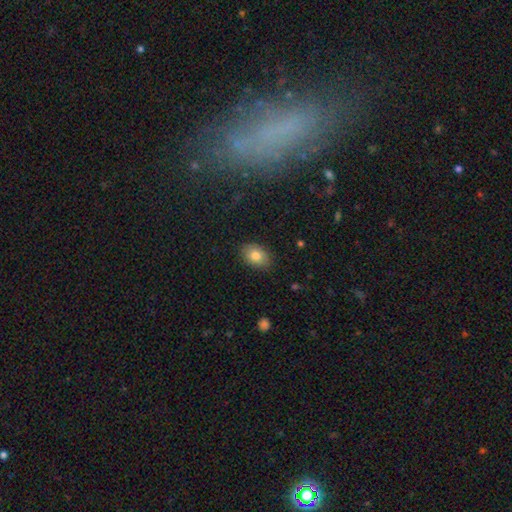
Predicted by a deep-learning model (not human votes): A smooth galaxy with no disk features (81%) that is in between round and cigar-shaped (80%).

Vote fractions:
- Smooth or featured? smooth: 81% / featured or disk: 10% / star or artifact: 9%
- How rounded? in between: 80% / round: 19% / cigar-shaped: 1%
- Merging? none: 84% / minor disturbance: 12% / major disturbance: 2% / merger: 1%